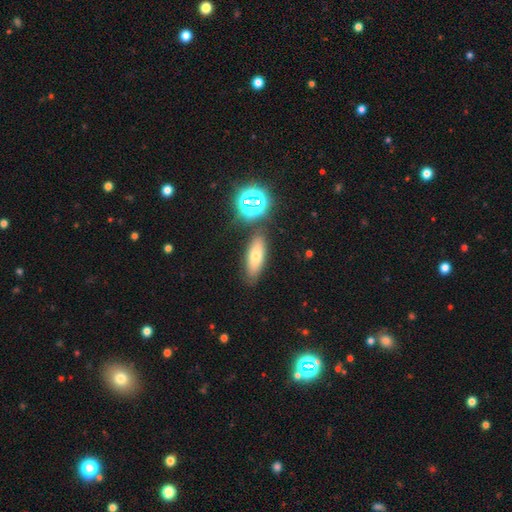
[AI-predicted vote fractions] smooth-or-featured: smooth: 61% | featured or disk: 20% | star or artifact: 19%
  how-rounded: in between: 62% | cigar-shaped: 32% | round: 6%
  merging: none: 83% | minor disturbance: 10% | merger: 4% | major disturbance: 3%